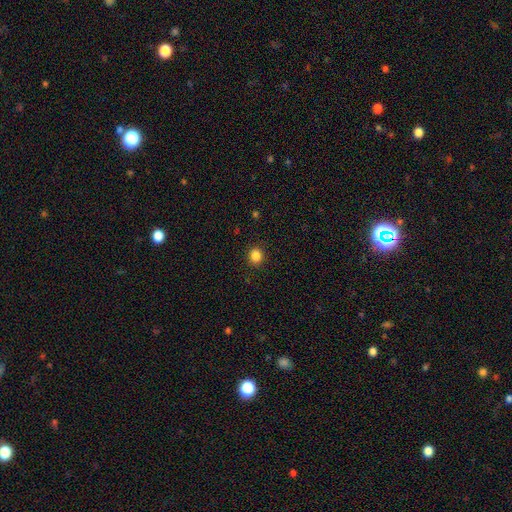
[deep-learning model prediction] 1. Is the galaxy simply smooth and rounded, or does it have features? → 85% smooth, 12% star or artifact, 3% featured or disk.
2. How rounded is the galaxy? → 80% round, 19% in between, 1% cigar-shaped.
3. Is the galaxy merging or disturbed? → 91% none, 6% minor disturbance, 2% major disturbance, 1% merger.